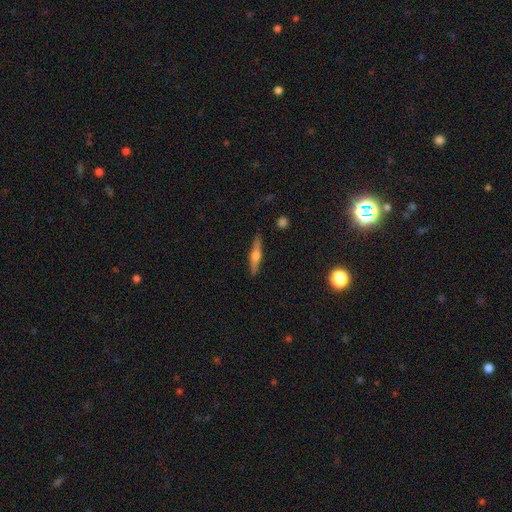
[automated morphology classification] This is likely a featured or disk galaxy (60%). It is clearly viewed edge-on (96%). Edge-on bulge: clearly rounded (90%). Merging: clearly none (89%).